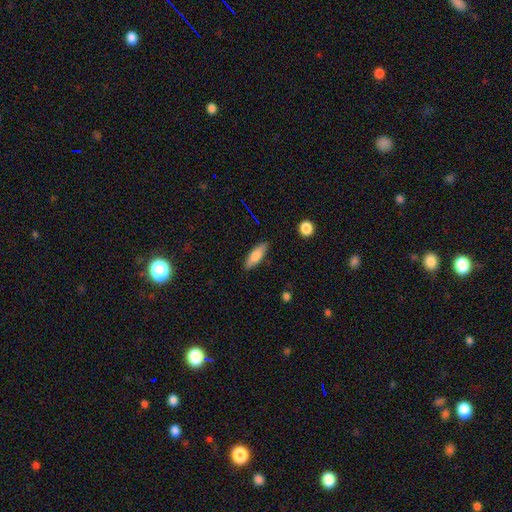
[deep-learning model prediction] smooth-or-featured: smooth: 73% | featured or disk: 20% | star or artifact: 7%
  how-rounded: in between: 52% | cigar-shaped: 46% | round: 2%
  merging: none: 86% | minor disturbance: 10% | major disturbance: 2% | merger: 1%